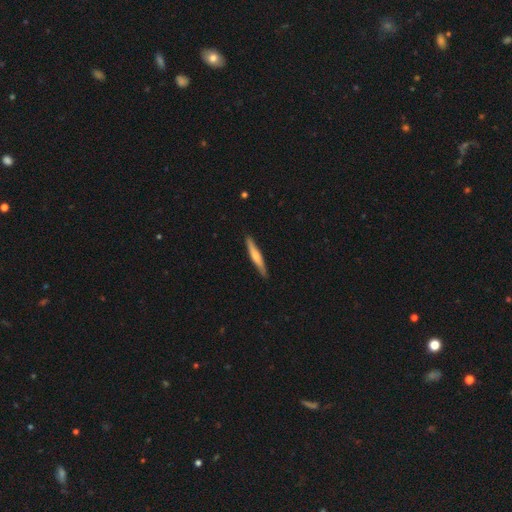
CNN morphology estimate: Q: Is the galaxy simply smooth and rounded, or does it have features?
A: smooth — 49%.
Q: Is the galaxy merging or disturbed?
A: none — 87%.